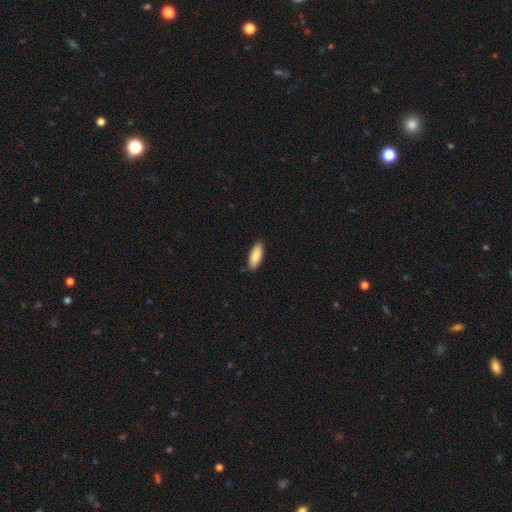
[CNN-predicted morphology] Smooth or featured? smooth (87%)
How rounded? in between (77%)
Merging? none (85%)